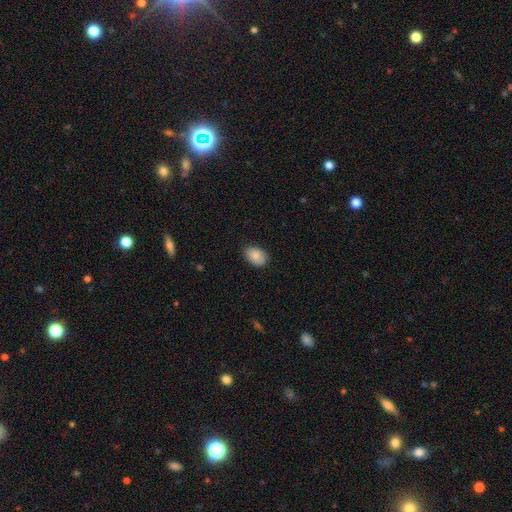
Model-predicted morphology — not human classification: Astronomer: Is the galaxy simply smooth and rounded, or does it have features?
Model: smooth — 86%.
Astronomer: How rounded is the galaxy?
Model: in between — 82%.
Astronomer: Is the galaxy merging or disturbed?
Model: none — 83%.